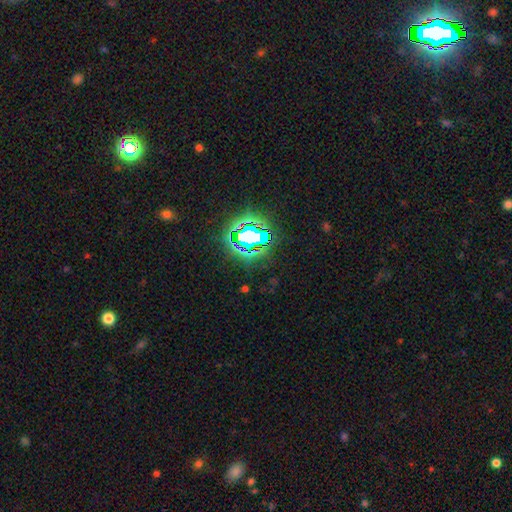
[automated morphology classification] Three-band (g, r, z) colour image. It shows a star or artifact, not a galaxy (82%).